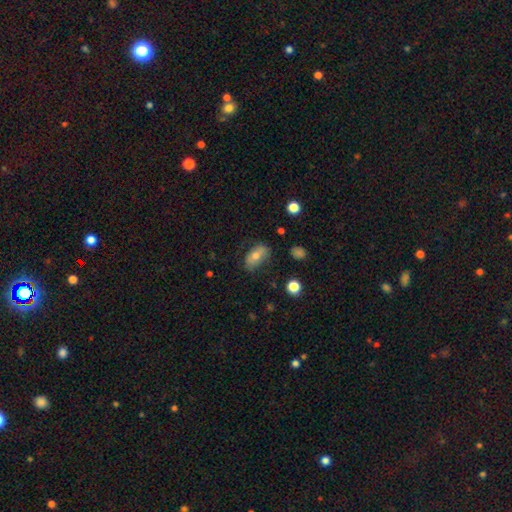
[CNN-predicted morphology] This appears to be a smooth galaxy with no disk features (67%) that is in between round and cigar-shaped (88%). Merging: none (71%).